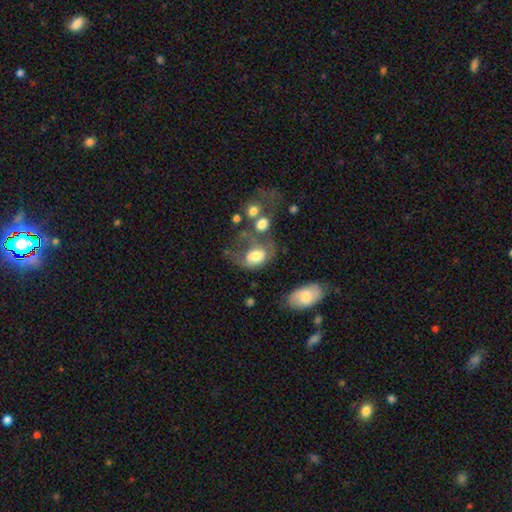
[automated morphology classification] A smooth galaxy with no disk features (61%) that is in between round and cigar-shaped (76%). Merging: major disturbance (39%).